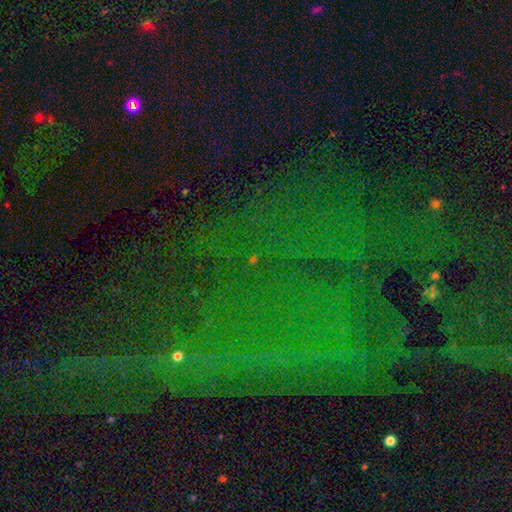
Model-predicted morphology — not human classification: star or artifact 81%, smooth 10%, featured or disk 9%.